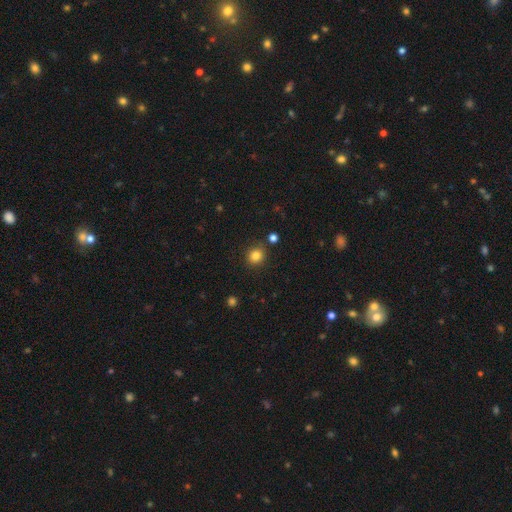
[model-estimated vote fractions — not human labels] Smooth or featured: smooth — 83% (star or artifact — 12%)
How rounded: round — 84% (in between — 15%)
Merging: none — 85% (minor disturbance — 8%)